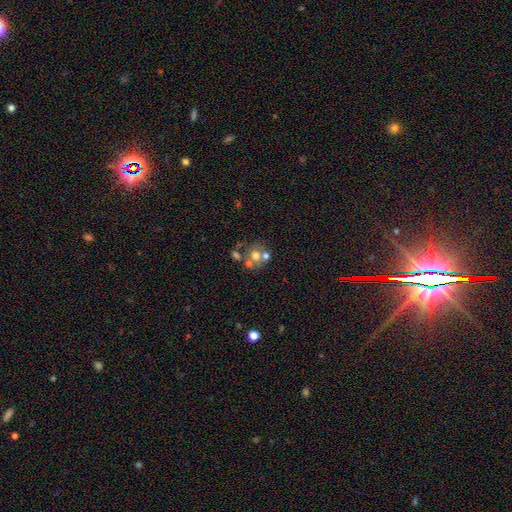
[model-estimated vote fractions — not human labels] A smooth galaxy with no disk features (51%) that is round (74%).

Vote fractions:
- Smooth or featured? smooth: 51% / featured or disk: 33% / star or artifact: 16%
- How rounded? round: 74% / in between: 25% / cigar-shaped: 1%
- Merging? none: 43% / merger: 40% / minor disturbance: 10% / major disturbance: 7%